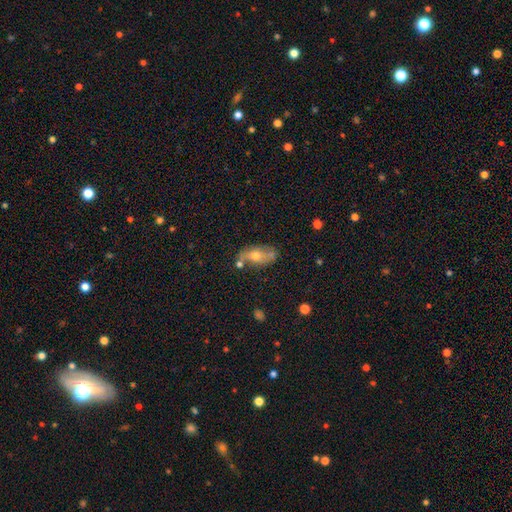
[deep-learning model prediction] This is possibly a smooth galaxy (51%). How rounded: clearly in between (84%). Merging: likely none (60%).